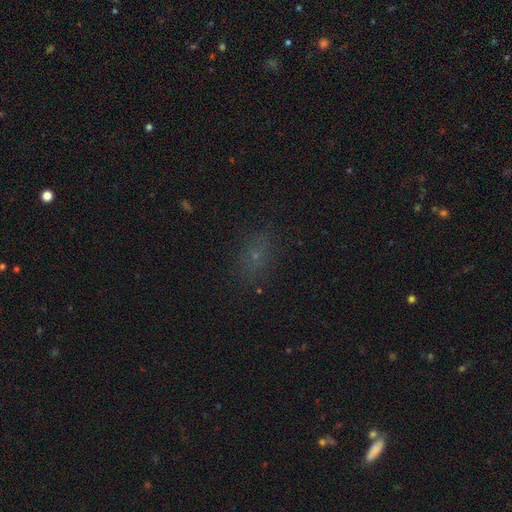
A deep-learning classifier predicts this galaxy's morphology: Smooth or featured: smooth — 56% (star or artifact — 31%)
How rounded: in between — 64% (round — 33%)
Merging: none — 80% (minor disturbance — 13%)